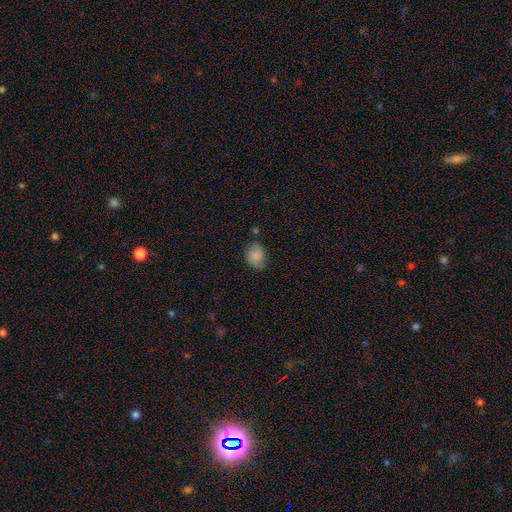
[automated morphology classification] This appears to be a smooth galaxy with no disk features (85%) that is in between round and cigar-shaped (56%). Merging: none (71%).